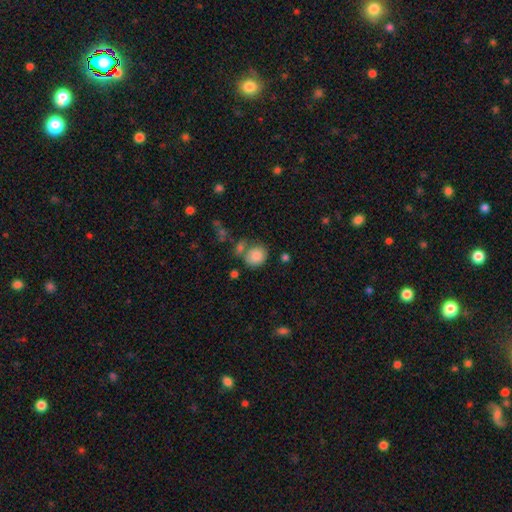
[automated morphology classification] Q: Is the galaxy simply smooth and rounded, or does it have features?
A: smooth — 84%.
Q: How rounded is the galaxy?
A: round — 73%.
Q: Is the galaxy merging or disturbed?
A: none — 58%.